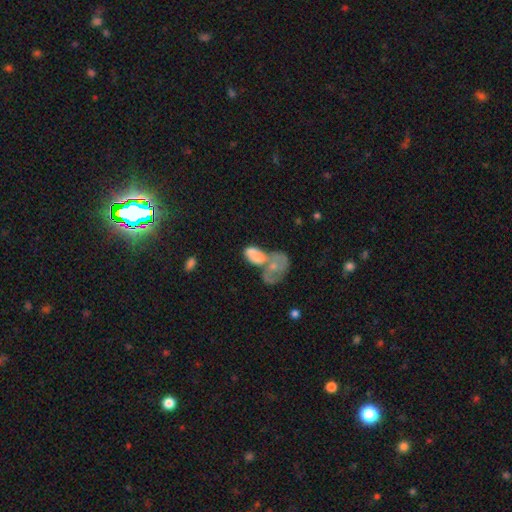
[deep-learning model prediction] smooth_or_featured: smooth (p=0.69) [alt: featured or disk p=0.23]
how_rounded: in between (p=0.92) [alt: round p=0.05]
merging: merger (p=0.65) [alt: none p=0.15]